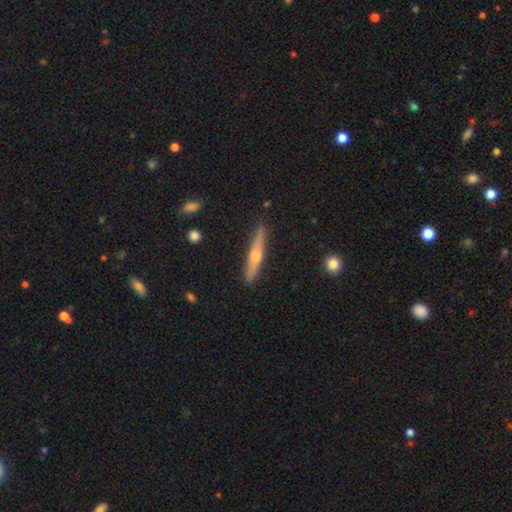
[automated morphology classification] Smooth or featured? Predicted: featured or disk (p=0.65). Edge-on disk? Predicted: yes (p=0.96). Edge-on bulge? Predicted: rounded (p=0.91). Merging? Predicted: none (p=0.89).